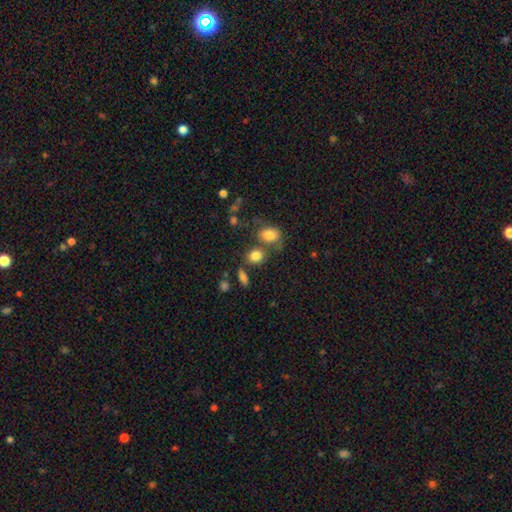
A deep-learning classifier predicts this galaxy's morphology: This is clearly a smooth galaxy (82%). How rounded: possibly in between (50%). Merging: possibly none (59%).